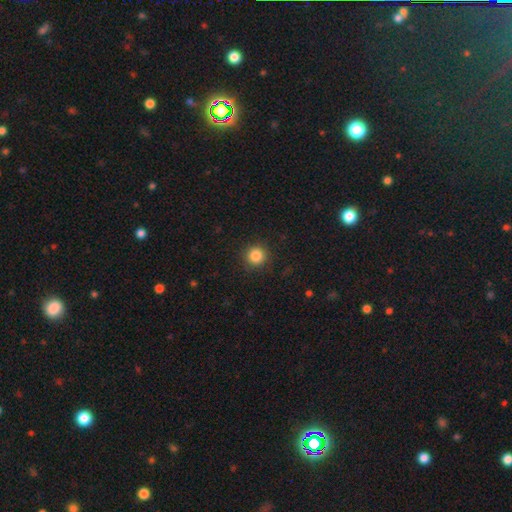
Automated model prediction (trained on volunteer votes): This appears to be a smooth galaxy with no disk features (85%) that is round (95%). Merging: none (91%).